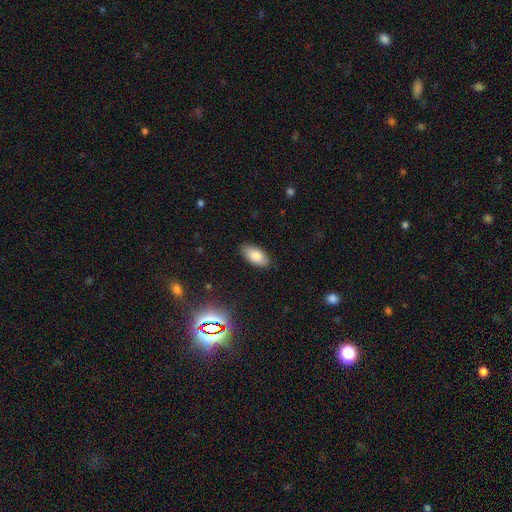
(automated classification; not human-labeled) A smooth galaxy with no disk features (82%) that is in between round and cigar-shaped (93%). Merging: none (87%).